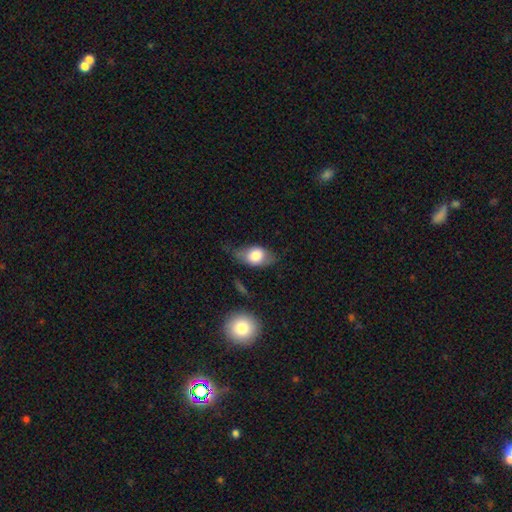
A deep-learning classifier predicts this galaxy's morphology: Smooth or featured? Predicted: smooth (p=0.71). How rounded? Predicted: in between (p=0.82). Merging? Predicted: none (p=0.47).